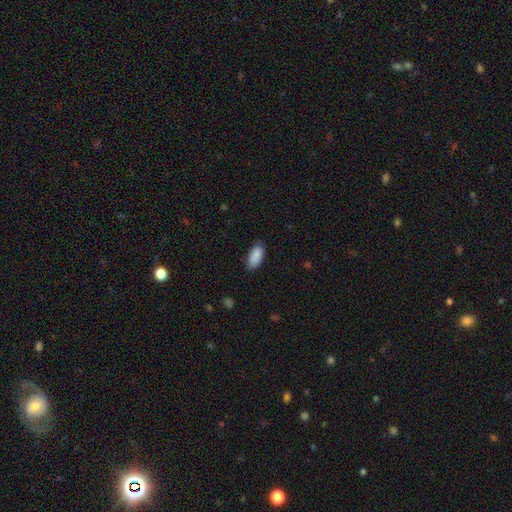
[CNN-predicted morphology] Q: Smooth or featured?
A: smooth (89%); runner-up: star or artifact (6%)
Q: How rounded?
A: in between (90%); runner-up: cigar-shaped (8%)
Q: Merging?
A: none (82%); runner-up: minor disturbance (14%)